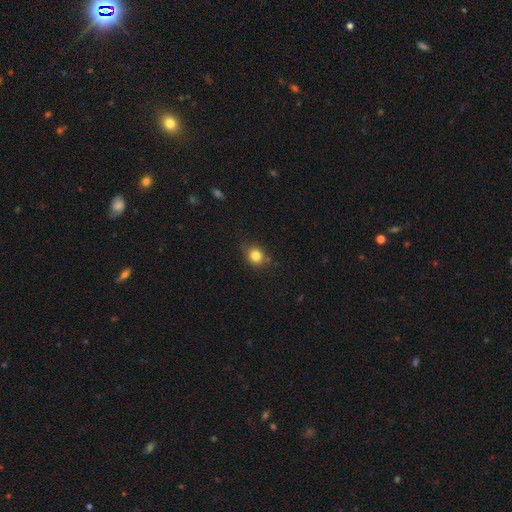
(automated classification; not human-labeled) A smooth galaxy with no disk features (82%) that is round (71%). Merging: none (77%).